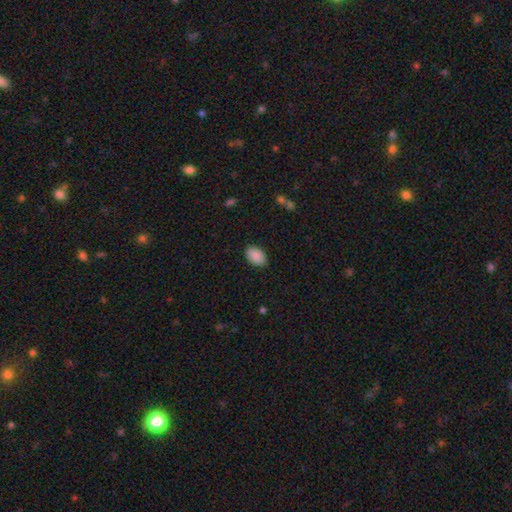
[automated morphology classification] Smooth or featured? smooth (90%)
How rounded? in between (90%)
Merging? none (88%)